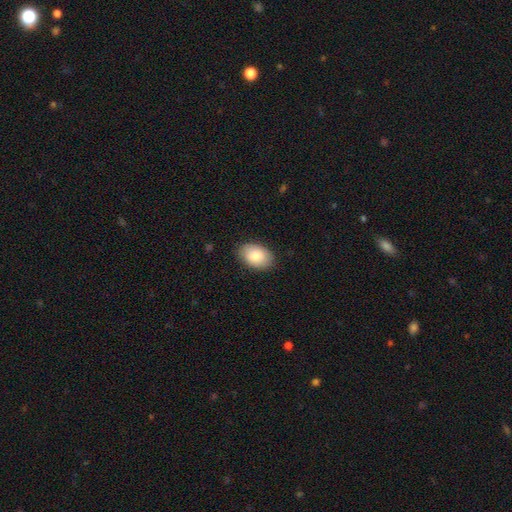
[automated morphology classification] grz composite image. It shows a smooth galaxy with no disk features (85%) that is in between round and cigar-shaped (88%). Merging: none (86%).